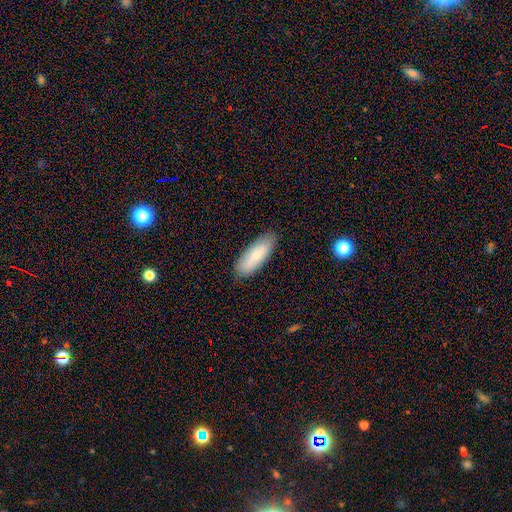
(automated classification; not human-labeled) Smooth or featured? smooth (74%)
How rounded? in between (70%)
Merging? none (84%)